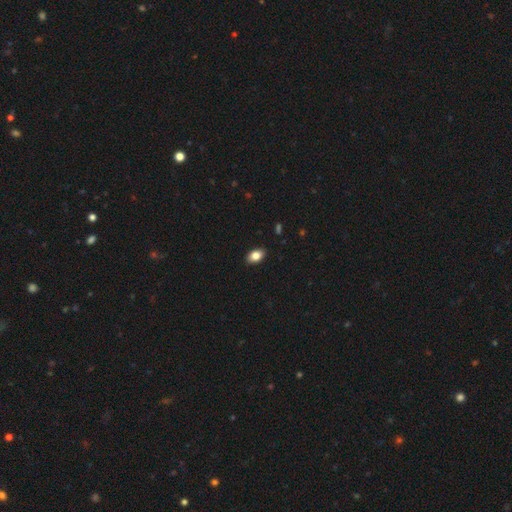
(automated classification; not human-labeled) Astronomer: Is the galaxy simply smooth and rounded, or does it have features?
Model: smooth — 84%.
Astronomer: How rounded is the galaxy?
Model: in between — 88%.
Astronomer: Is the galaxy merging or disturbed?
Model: none — 89%.